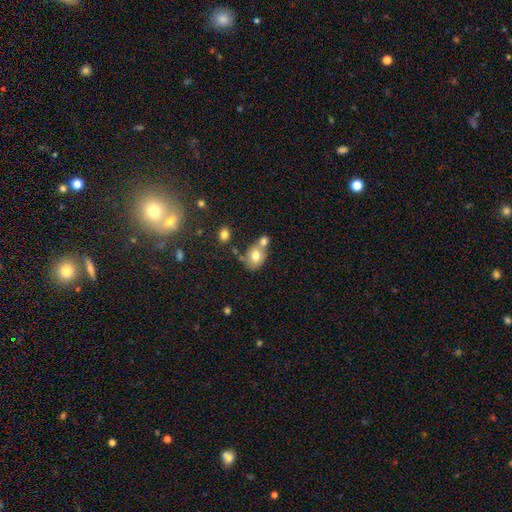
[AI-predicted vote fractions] A smooth galaxy with no disk features (72%) that is in between round and cigar-shaped (63%).

Vote fractions:
- Smooth or featured? smooth: 72% / featured or disk: 18% / star or artifact: 9%
- How rounded? in between: 63% / round: 35% / cigar-shaped: 1%
- Merging? merger: 44% / none: 38% / minor disturbance: 13% / major disturbance: 5%